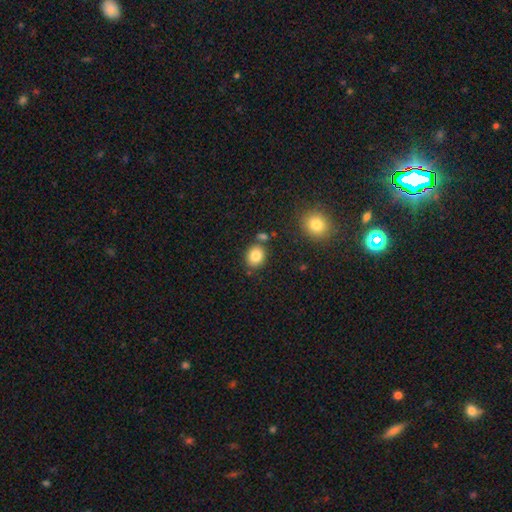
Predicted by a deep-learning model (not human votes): A smooth galaxy with no disk features (84%) that is round (64%).

Vote fractions:
- Smooth or featured? smooth: 84% / star or artifact: 10% / featured or disk: 7%
- How rounded? round: 64% / in between: 35% / cigar-shaped: 1%
- Merging? none: 78% / minor disturbance: 10% / merger: 9% / major disturbance: 3%